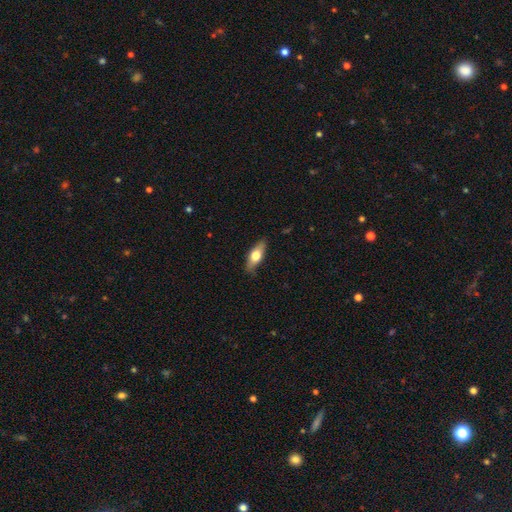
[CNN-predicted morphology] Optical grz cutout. It shows a smooth galaxy with no disk features (60%) that is in between round and cigar-shaped (67%). Merging: none (81%).